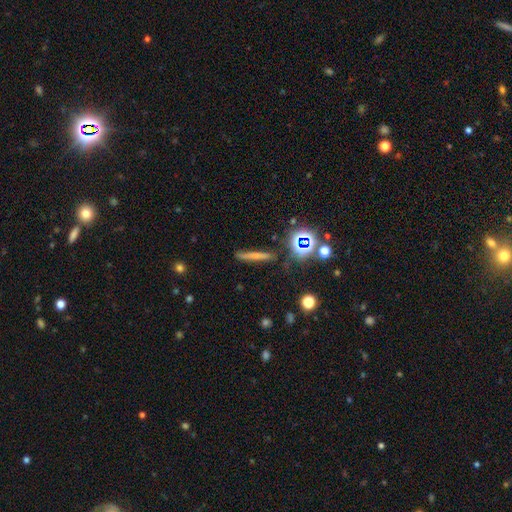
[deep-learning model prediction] This appears to be a smooth galaxy with no disk features (58%) that is cigar-shaped (89%). Merging: none (82%).